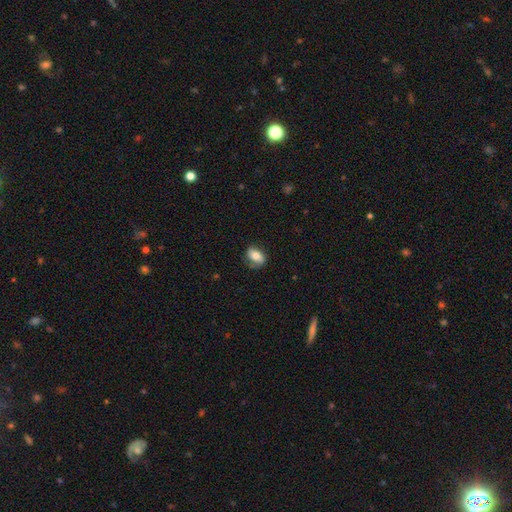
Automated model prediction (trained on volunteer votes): Overall: smooth (67%). How rounded: in between (82%). Merging: none (67%).